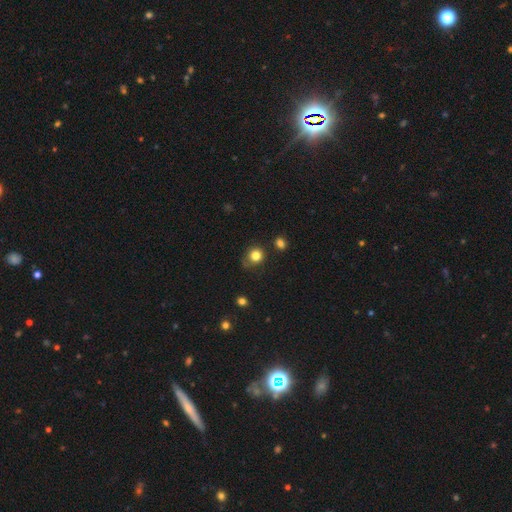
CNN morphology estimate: Smooth or featured: smooth — 81% (star or artifact — 12%)
How rounded: round — 82% (in between — 17%)
Merging: none — 66% (minor disturbance — 23%)